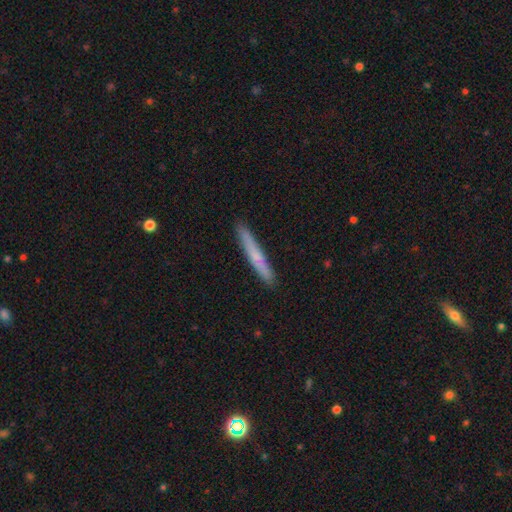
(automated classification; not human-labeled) Smooth or featured: smooth — 59% (featured or disk — 35%)
How rounded: cigar-shaped — 96% (in between — 3%)
Merging: none — 91% (minor disturbance — 7%)